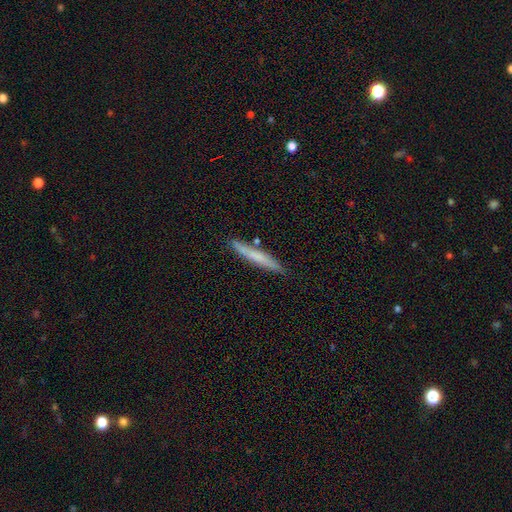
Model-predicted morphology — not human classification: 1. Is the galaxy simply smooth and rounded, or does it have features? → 62% smooth, 32% featured or disk, 6% star or artifact.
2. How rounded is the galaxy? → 95% cigar-shaped, 3% in between, 1% round.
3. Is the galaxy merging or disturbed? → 83% none, 11% minor disturbance, 4% merger, 2% major disturbance.